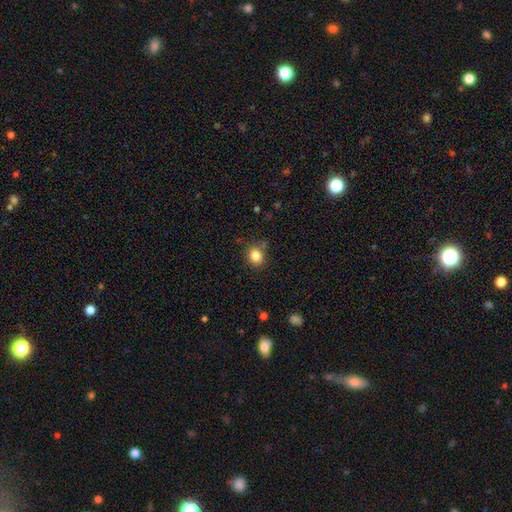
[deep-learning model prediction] Smooth or featured: smooth — 83% (star or artifact — 11%)
How rounded: round — 76% (in between — 24%)
Merging: none — 81% (minor disturbance — 11%)